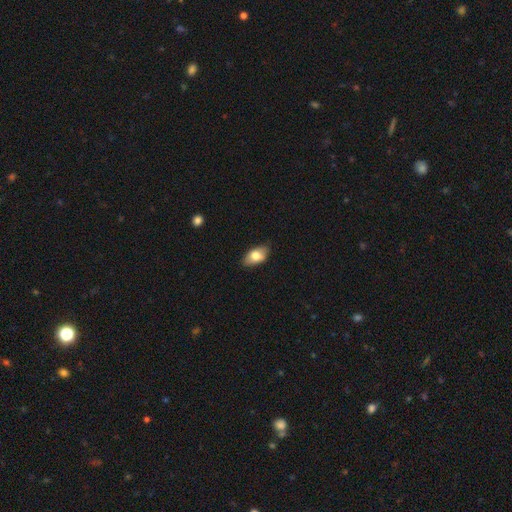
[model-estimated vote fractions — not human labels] smooth 74%, featured or disk 19%, star or artifact 7%. Down the decision tree: how rounded — in between (91%); merging — none (81%).